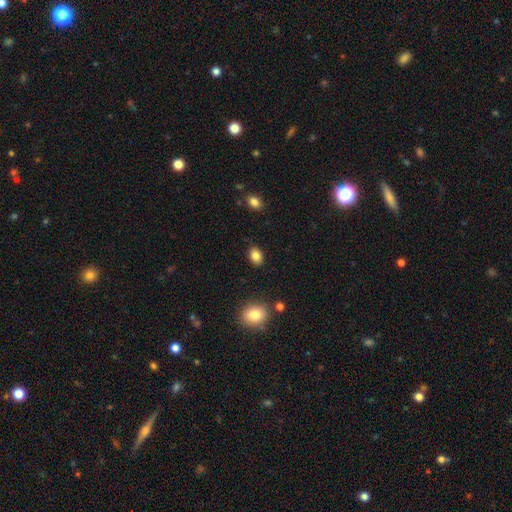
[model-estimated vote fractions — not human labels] A smooth galaxy with no disk features (86%) that is in between round and cigar-shaped (74%).

Vote fractions:
- Smooth or featured? smooth: 86% / star or artifact: 9% / featured or disk: 5%
- How rounded? in between: 74% / round: 24% / cigar-shaped: 1%
- Merging? none: 87% / minor disturbance: 9% / major disturbance: 2% / merger: 2%